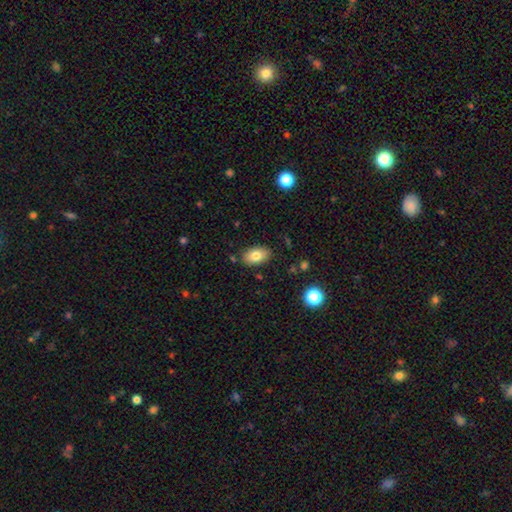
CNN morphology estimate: The model was most divided on "smooth or featured": smooth: 80%, featured or disk: 12%, star or artifact: 8%. More confident: how rounded — in between (91%); merging — none (85%).